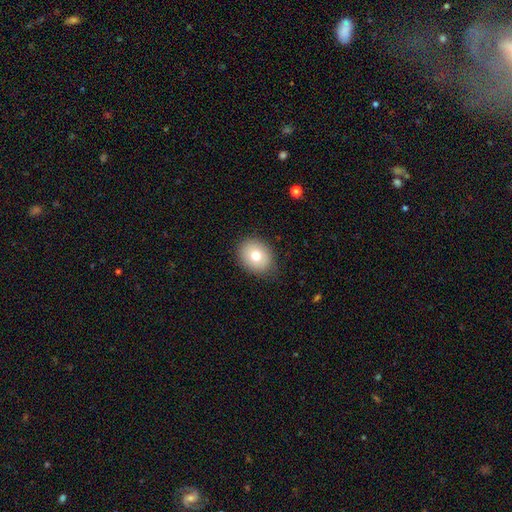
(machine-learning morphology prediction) Smooth or featured? Predicted: smooth (p=0.75). How rounded? Predicted: round (p=0.55). Merging? Predicted: none (p=0.84).